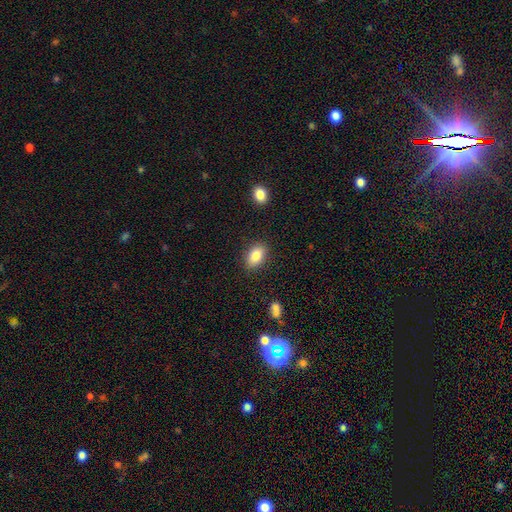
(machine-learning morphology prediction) Smooth or featured? smooth (85%)
How rounded? in between (88%)
Merging? none (87%)